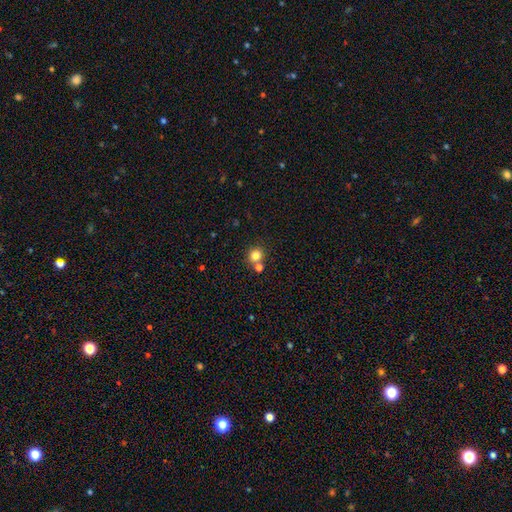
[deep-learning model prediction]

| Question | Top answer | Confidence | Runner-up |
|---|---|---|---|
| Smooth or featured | smooth | 80% | star or artifact (13%) |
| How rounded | round | 88% | in between (11%) |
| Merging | none | 67% | merger (23%) |